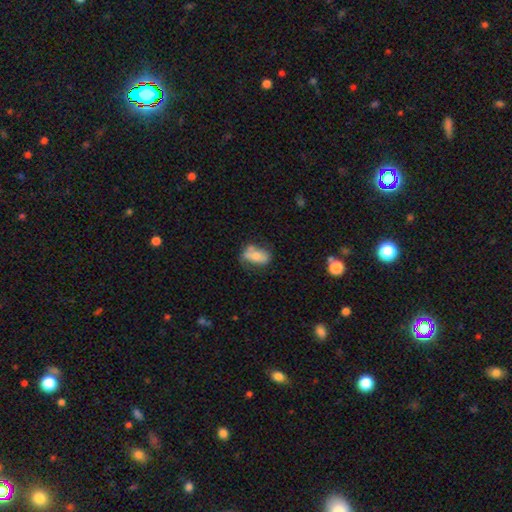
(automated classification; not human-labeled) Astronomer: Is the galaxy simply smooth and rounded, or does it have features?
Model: smooth — 67%.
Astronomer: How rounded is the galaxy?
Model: in between — 86%.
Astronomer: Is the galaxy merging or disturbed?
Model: none — 45% (runner-up: minor disturbance, 28%).